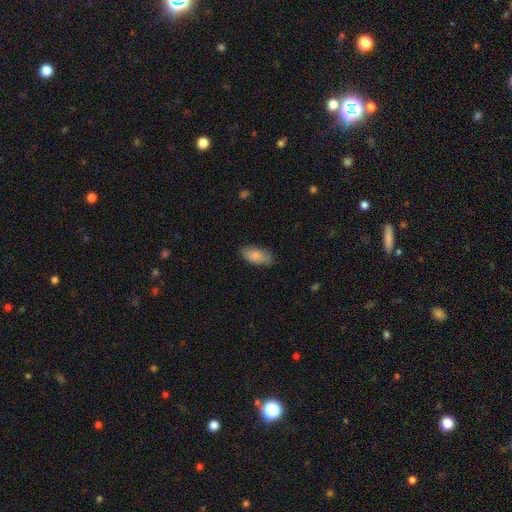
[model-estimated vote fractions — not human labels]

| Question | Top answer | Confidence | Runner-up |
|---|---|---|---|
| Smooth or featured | smooth | 85% | featured or disk (9%) |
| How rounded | in between | 91% | cigar-shaped (7%) |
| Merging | none | 78% | minor disturbance (17%) |